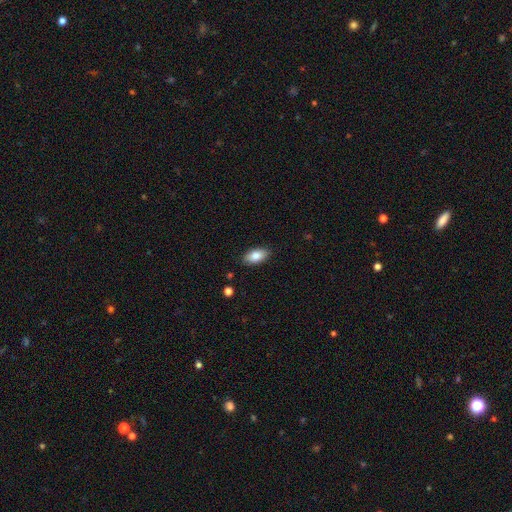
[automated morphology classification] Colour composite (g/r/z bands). It shows a smooth galaxy with no disk features (84%) that is in between round and cigar-shaped (92%). Merging: none (88%).